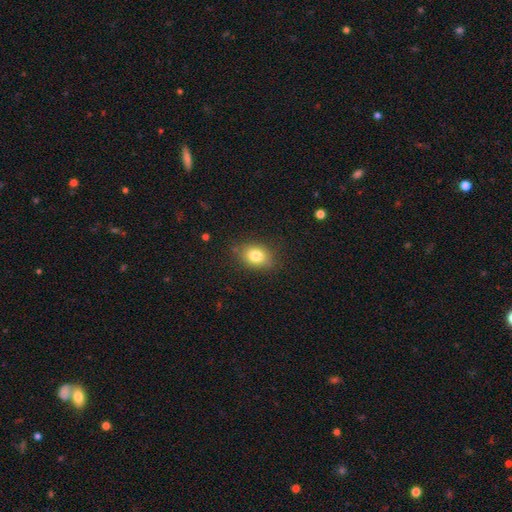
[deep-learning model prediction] A smooth galaxy with no disk features (81%) that is in between round and cigar-shaped (57%).

Vote fractions:
- Smooth or featured? smooth: 81% / star or artifact: 11% / featured or disk: 9%
- How rounded? in between: 57% / round: 42% / cigar-shaped: 1%
- Merging? none: 81% / minor disturbance: 14% / major disturbance: 3% / merger: 2%